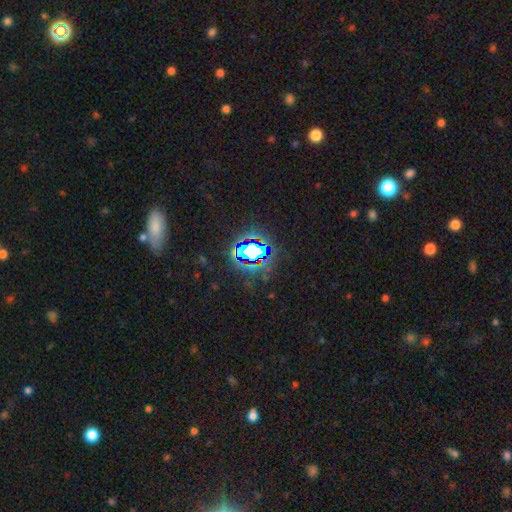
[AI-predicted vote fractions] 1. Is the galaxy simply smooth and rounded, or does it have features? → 73% star or artifact, 15% smooth, 13% featured or disk.